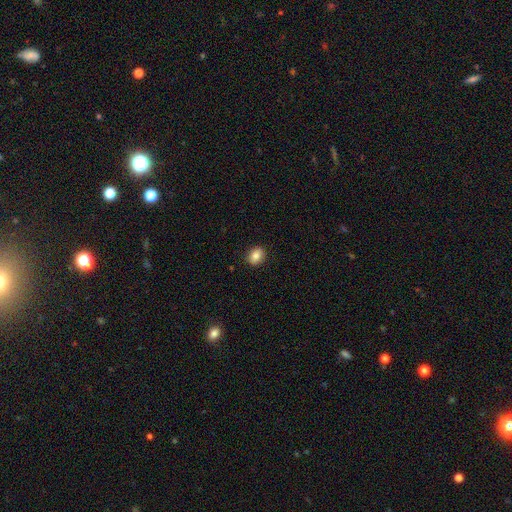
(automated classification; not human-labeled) Smooth or featured?
  - smooth: 84% *
  - star or artifact: 9%
  - featured or disk: 7%
How rounded?
  - in between: 51% *
  - round: 48%
  - cigar-shaped: 1%
Merging?
  - none: 89% *
  - minor disturbance: 8%
  - major disturbance: 2%
  - merger: 1%